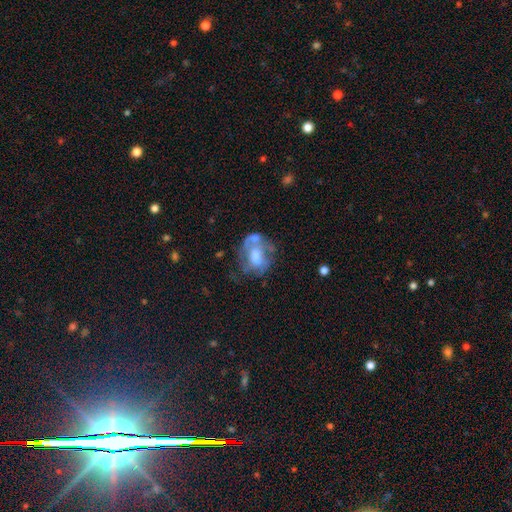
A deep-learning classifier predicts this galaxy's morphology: Smooth or featured? Predicted: featured or disk (p=0.55). Edge-on disk? Predicted: no (p=0.97). Bar? Predicted: no (p=0.67). Spiral arms? Predicted: no (p=0.60). Bulge size? Predicted: moderate (p=0.45). Merging? Predicted: none (p=0.34).